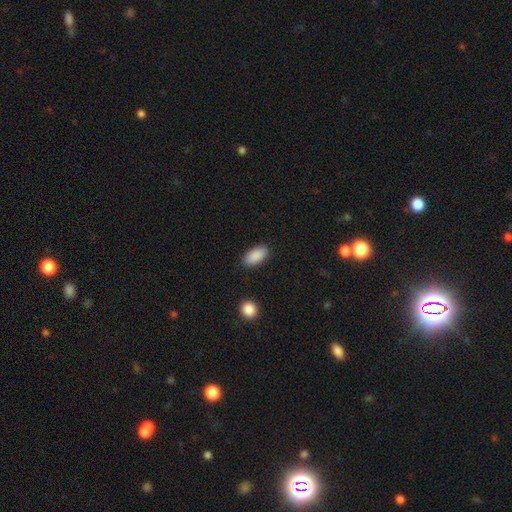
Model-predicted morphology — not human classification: type=smooth (90%); roundness=in between (93%); merging=none (88%).